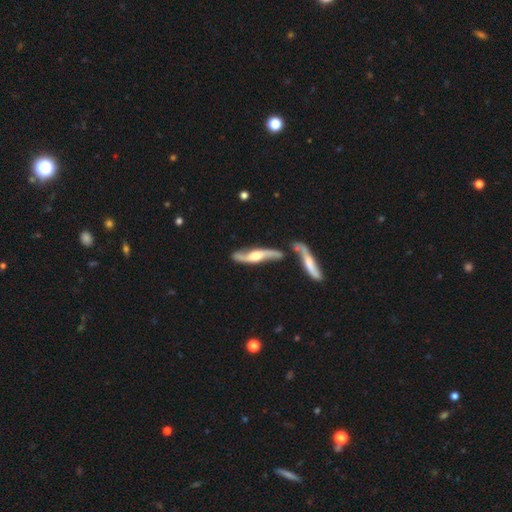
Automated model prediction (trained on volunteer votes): Smooth or featured? featured or disk (80%)
Edge-on disk? no (60%)
Merging? none (57%)